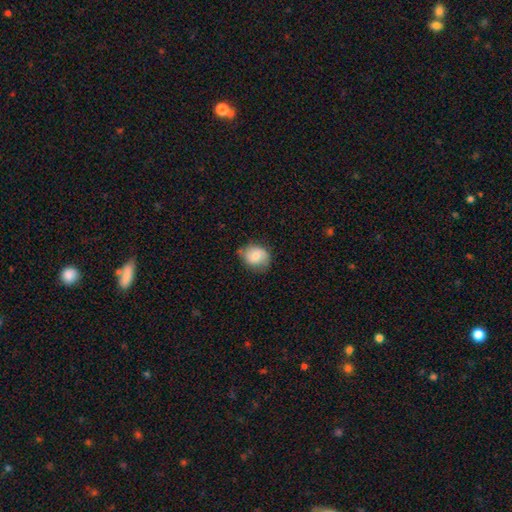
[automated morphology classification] Smooth or featured? Predicted: smooth (p=0.67). How rounded? Predicted: round (p=0.65). Merging? Predicted: none (p=0.66).